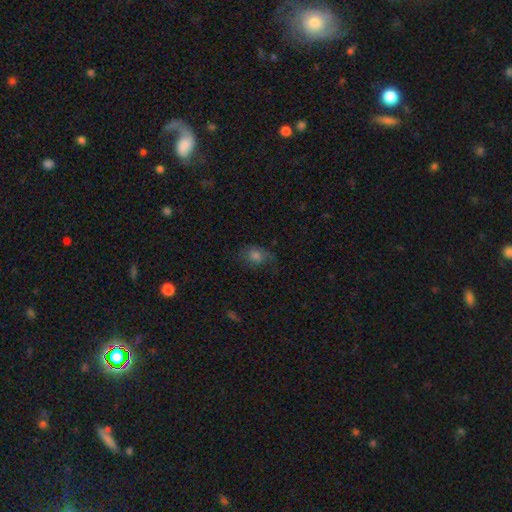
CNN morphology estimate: Smooth or featured? smooth (62%)
How rounded? in between (59%)
Merging? none (56%)